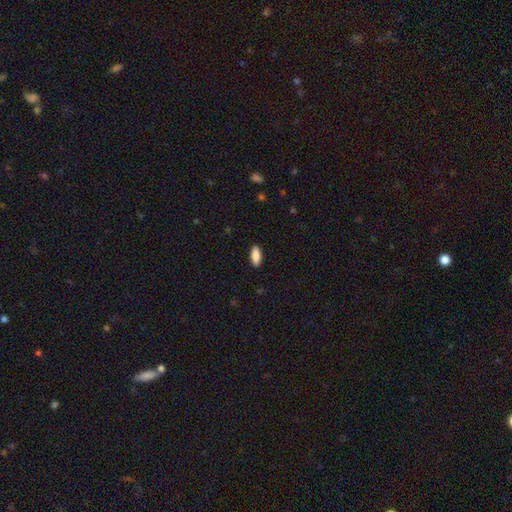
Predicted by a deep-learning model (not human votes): smooth_or_featured: smooth (p=0.88) [alt: star or artifact p=0.06]
how_rounded: in between (p=0.84) [alt: cigar-shaped p=0.14]
merging: none (p=0.89) [alt: minor disturbance p=0.08]